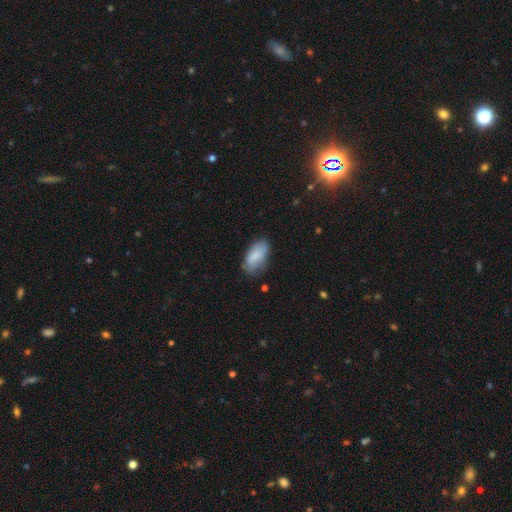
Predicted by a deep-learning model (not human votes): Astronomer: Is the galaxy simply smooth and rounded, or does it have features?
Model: smooth — 82%.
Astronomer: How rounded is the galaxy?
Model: in between — 92%.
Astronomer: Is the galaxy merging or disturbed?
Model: none — 66%.